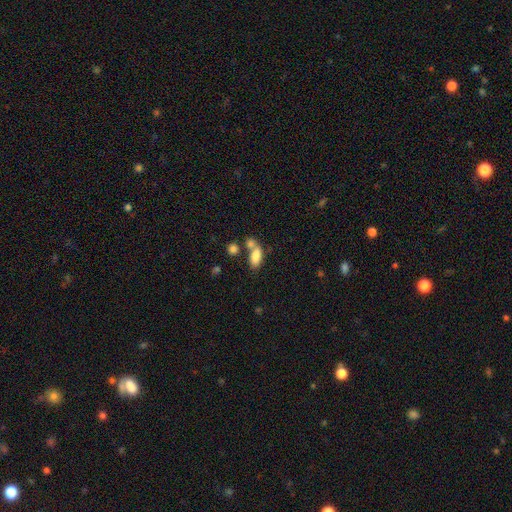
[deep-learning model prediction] Smooth or featured? smooth (80%)
How rounded? in between (87%)
Merging? merger (42%)